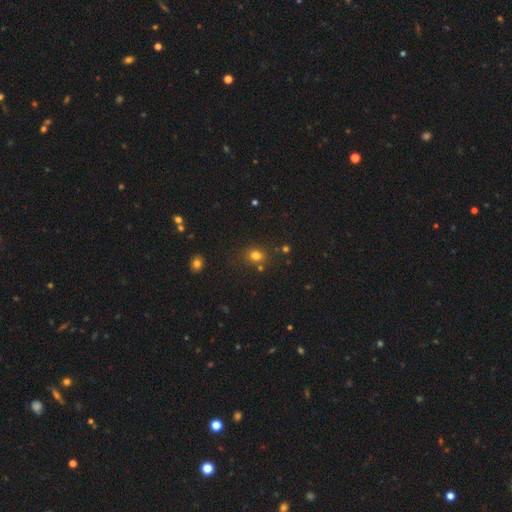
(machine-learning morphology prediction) This appears to be a smooth galaxy with no disk features (76%) that is round (61%). Merging: none (75%).